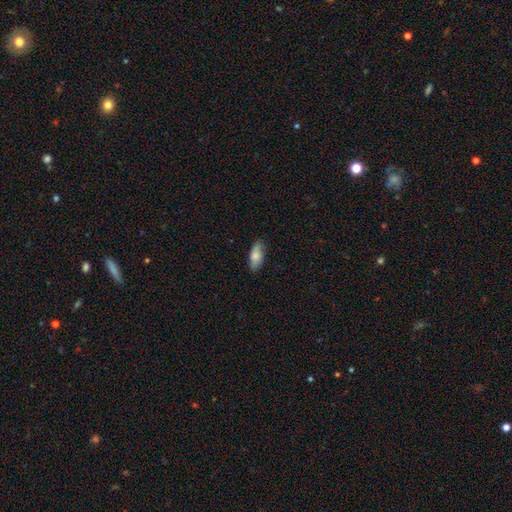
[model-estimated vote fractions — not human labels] smooth_or_featured: smooth (p=0.76) [alt: featured or disk p=0.18]
how_rounded: in between (p=0.82) [alt: cigar-shaped p=0.15]
merging: none (p=0.80) [alt: minor disturbance p=0.16]